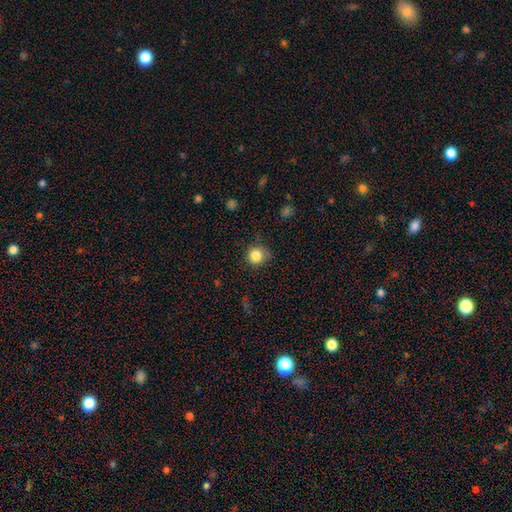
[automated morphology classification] This is clearly a smooth galaxy (84%). How rounded: clearly round (91%). Merging: likely none (75%).